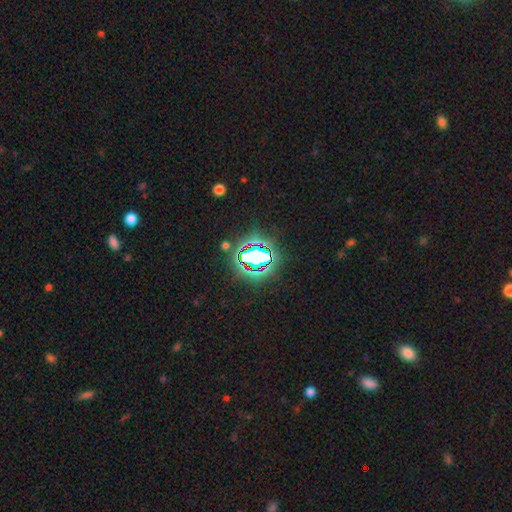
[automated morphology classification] smooth_or_featured: star or artifact (p=0.68) [alt: smooth p=0.19]